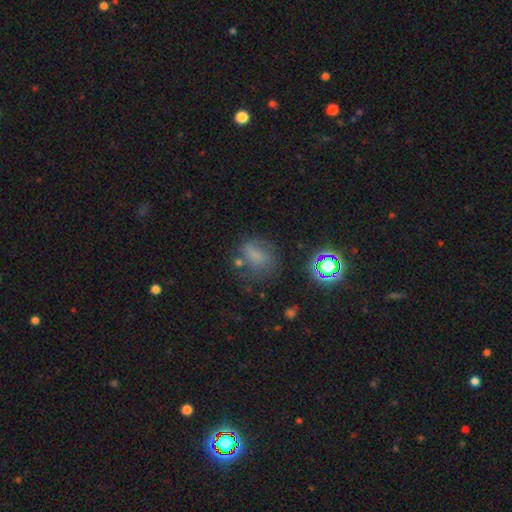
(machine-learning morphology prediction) This appears to be a smooth galaxy with no disk features (57%) that is in between round and cigar-shaped (53%). Merging: none (56%).